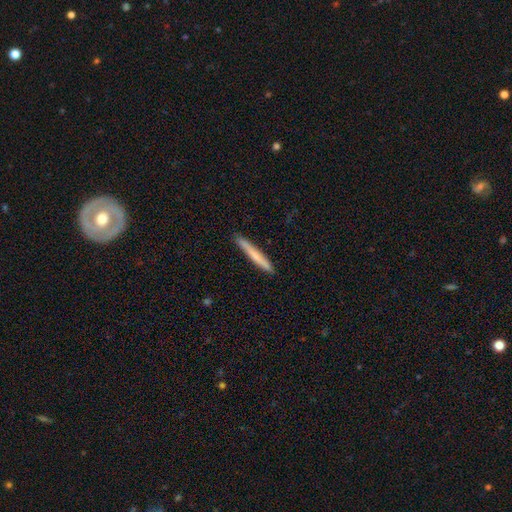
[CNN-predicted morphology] smooth 66%, featured or disk 28%, star or artifact 6%. Down the decision tree: how rounded — cigar-shaped (96%); merging — none (90%).